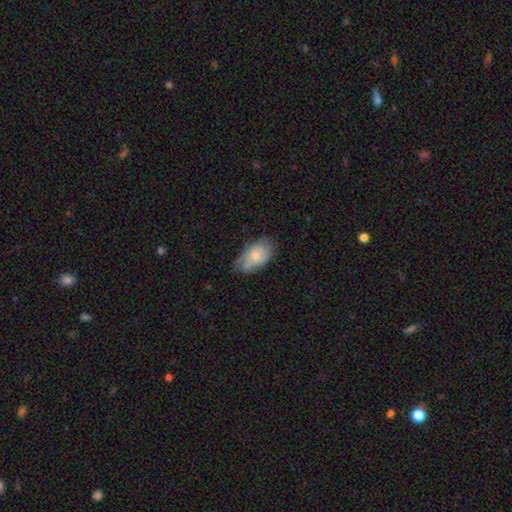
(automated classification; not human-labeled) Smooth or featured? smooth (55%)
How rounded? in between (91%)
Merging? none (55%)